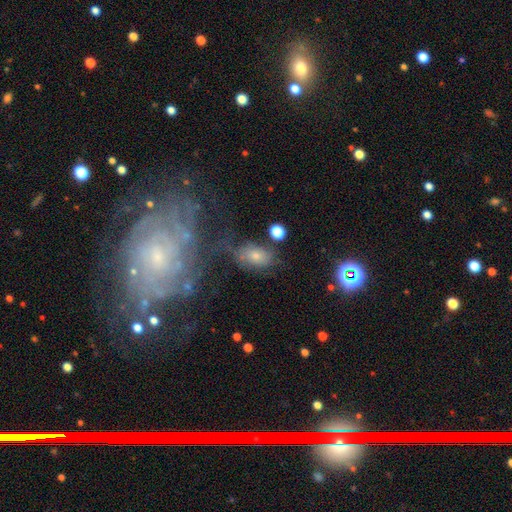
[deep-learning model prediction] The model was most divided on "merging": none: 54%, minor disturbance: 22%, major disturbance: 14%, merger: 10%. More confident: how rounded — in between (85%); smooth or featured — smooth (62%).